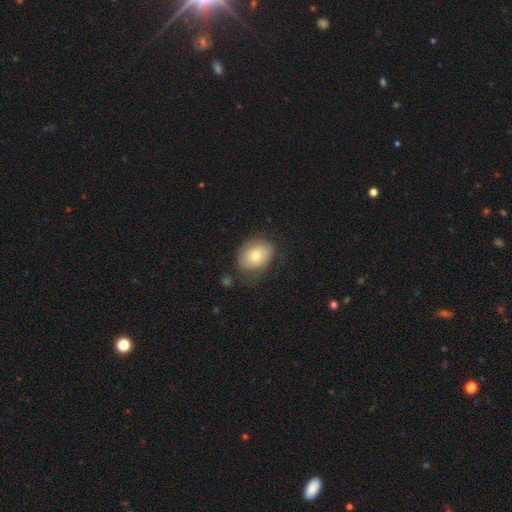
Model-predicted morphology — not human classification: smooth-or-featured: smooth: 67% | featured or disk: 25% | star or artifact: 8%
  how-rounded: in between: 61% | round: 38% | cigar-shaped: 1%
  merging: none: 66% | minor disturbance: 23% | major disturbance: 10% | merger: 2%